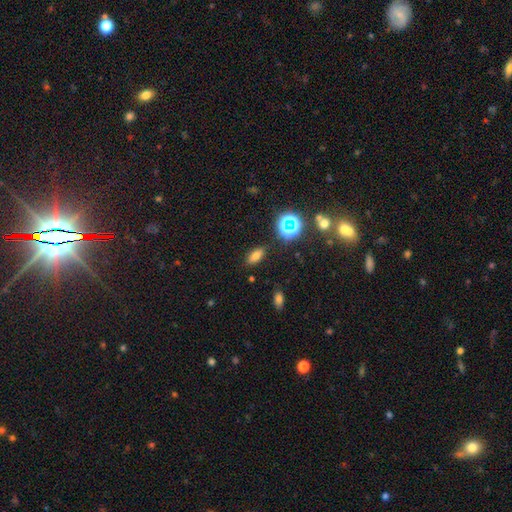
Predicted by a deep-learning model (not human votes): Overall: smooth (70%). How rounded: in between (82%). Merging: none (86%).